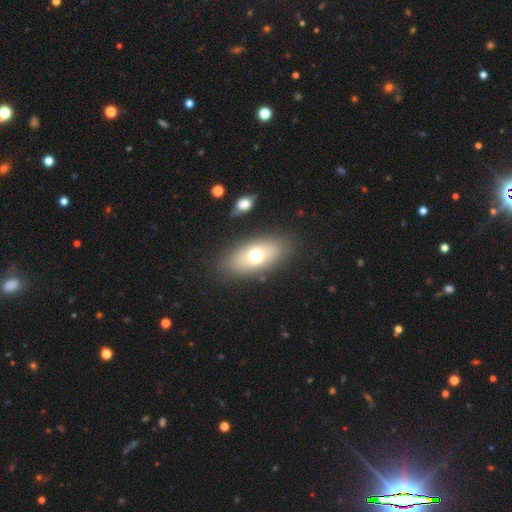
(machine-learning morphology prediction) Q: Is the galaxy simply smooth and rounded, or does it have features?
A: smooth — 65%.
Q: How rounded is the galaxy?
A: in between — 85%.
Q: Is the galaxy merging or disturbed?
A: none — 83%.